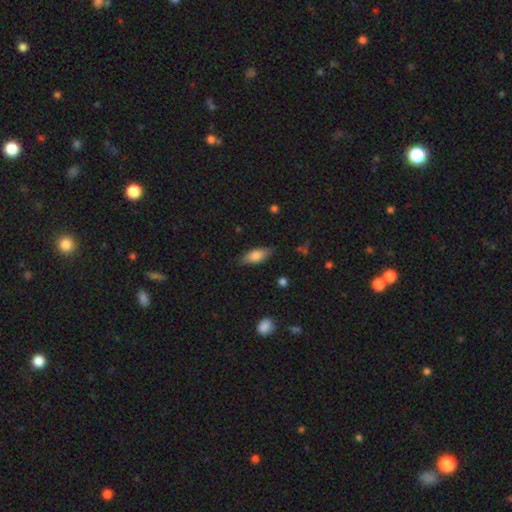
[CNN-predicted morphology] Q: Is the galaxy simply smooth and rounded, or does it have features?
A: smooth — 76%.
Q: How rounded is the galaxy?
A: in between — 75%.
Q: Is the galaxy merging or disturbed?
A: none — 82%.